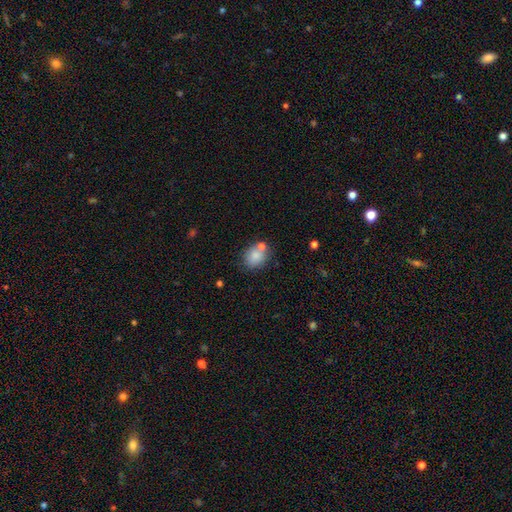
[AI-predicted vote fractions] Smooth or featured? Predicted: smooth (p=0.81). How rounded? Predicted: round (p=0.55). Merging? Predicted: none (p=0.63).